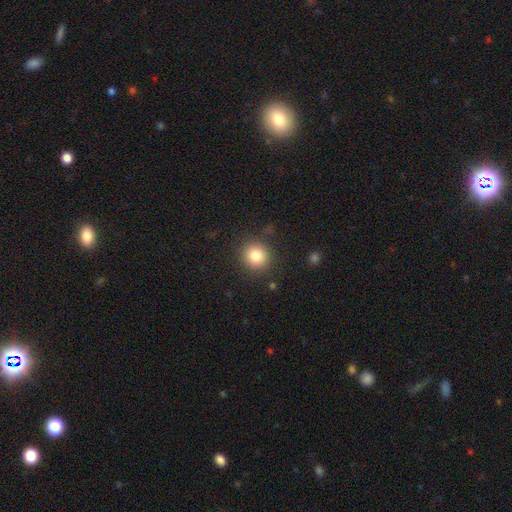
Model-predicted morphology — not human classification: A smooth galaxy with no disk features (82%) that is round (90%). Merging: none (87%).